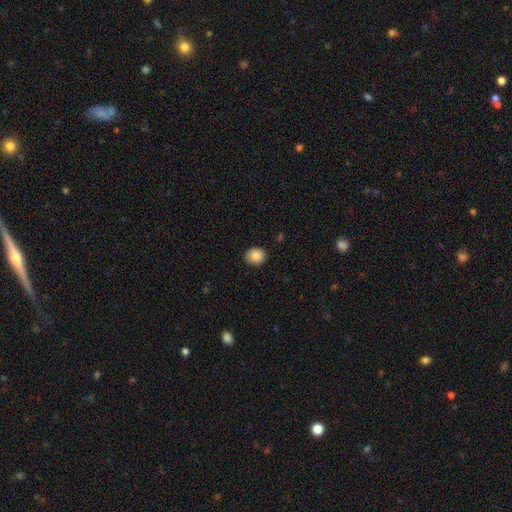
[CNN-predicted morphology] Q: Smooth or featured?
A: smooth (87%); runner-up: star or artifact (8%)
Q: How rounded?
A: round (76%); runner-up: in between (23%)
Q: Merging?
A: none (88%); runner-up: minor disturbance (9%)